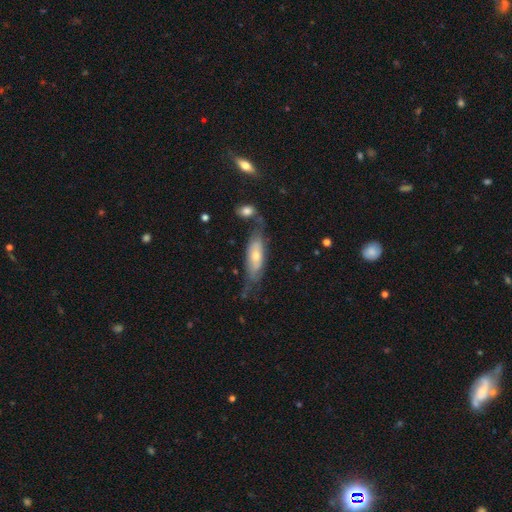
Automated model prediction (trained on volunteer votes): A smooth galaxy with no disk features (51%) that is in between round and cigar-shaped (59%).

Vote fractions:
- Smooth or featured? smooth: 51% / featured or disk: 44% / star or artifact: 6%
- How rounded? in between: 59% / cigar-shaped: 39% / round: 2%
- Merging? none: 50% / minor disturbance: 27% / major disturbance: 12% / merger: 11%